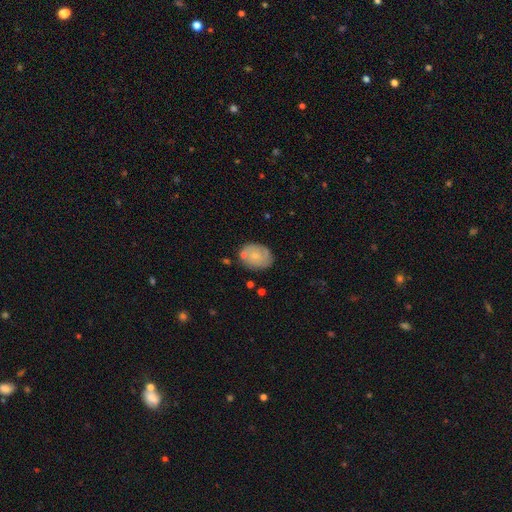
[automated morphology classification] A smooth galaxy with no disk features (55%) that is in between round and cigar-shaped (60%). Merging: none (68%).